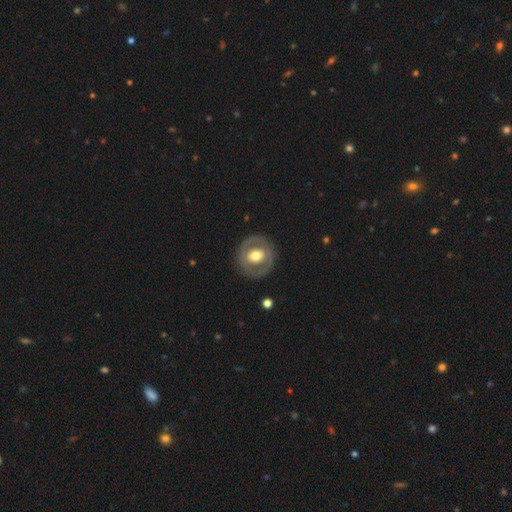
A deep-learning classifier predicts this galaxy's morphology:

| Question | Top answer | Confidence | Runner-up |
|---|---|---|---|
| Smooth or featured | featured or disk | 58% | smooth (37%) |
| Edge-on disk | no | 95% | yes (5%) |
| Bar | no | 59% | weak (28%) |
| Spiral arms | no | 76% | yes (24%) |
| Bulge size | moderate | 62% | large (30%) |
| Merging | none | 84% | minor disturbance (10%) |